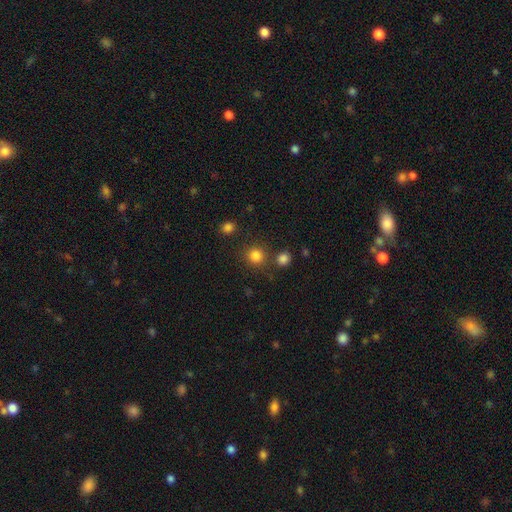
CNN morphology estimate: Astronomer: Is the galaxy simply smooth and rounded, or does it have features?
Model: smooth — 83%.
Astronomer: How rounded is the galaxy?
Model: round — 91%.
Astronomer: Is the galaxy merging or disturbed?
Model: none — 80%.